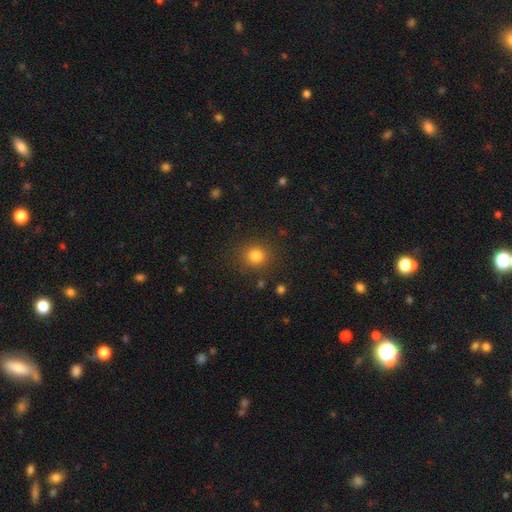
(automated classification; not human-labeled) Smooth or featured? Predicted: smooth (p=0.81). How rounded? Predicted: round (p=0.88). Merging? Predicted: none (p=0.87).